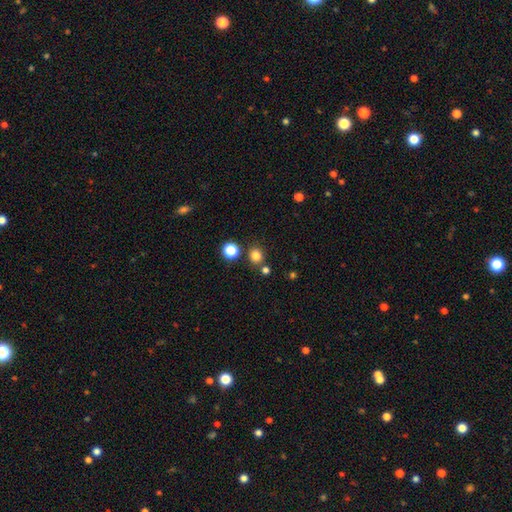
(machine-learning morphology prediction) Smooth or featured? Predicted: smooth (p=0.80). How rounded? Predicted: round (p=0.84). Merging? Predicted: none (p=0.79).